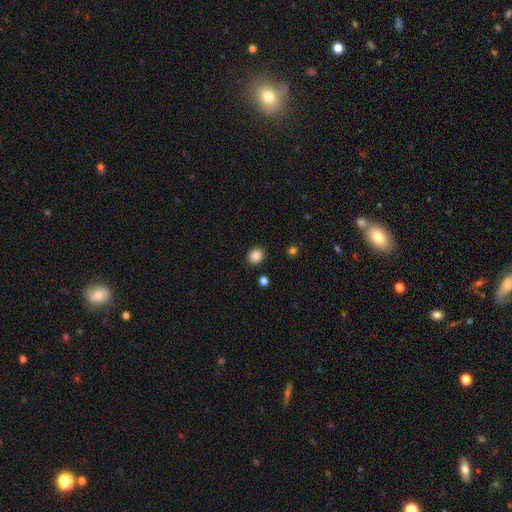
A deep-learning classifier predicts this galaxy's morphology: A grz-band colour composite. It shows a smooth galaxy with no disk features (86%) that is round (56%). Merging: none (90%).